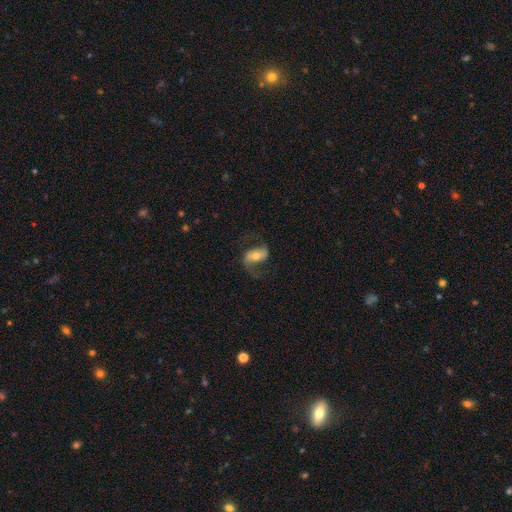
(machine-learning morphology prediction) This is likely a featured or disk galaxy (75%). It is clearly not viewed edge-on (96%). Bar: marginally strong (40%). Spiral arm pattern: clearly yes (91%). Spiral arm count: clearly 2 (91%). Spiral winding: possibly loose (58%). Central bulge: possibly moderate (59%). Merging: likely none (72%).